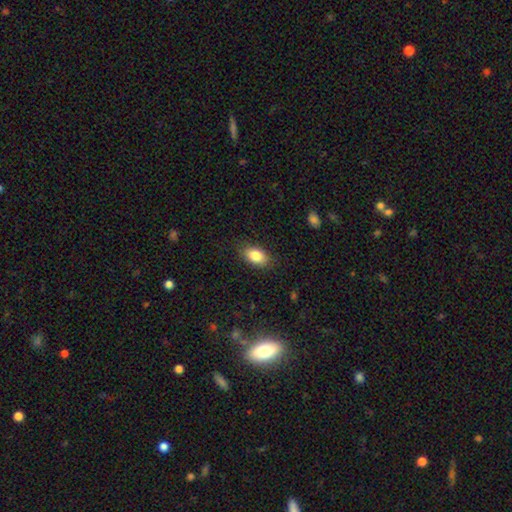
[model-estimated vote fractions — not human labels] Smooth or featured?
  - smooth: 84% *
  - featured or disk: 8%
  - star or artifact: 7%
How rounded?
  - in between: 90% *
  - round: 8%
  - cigar-shaped: 2%
Merging?
  - none: 84% *
  - minor disturbance: 12%
  - major disturbance: 3%
  - merger: 1%